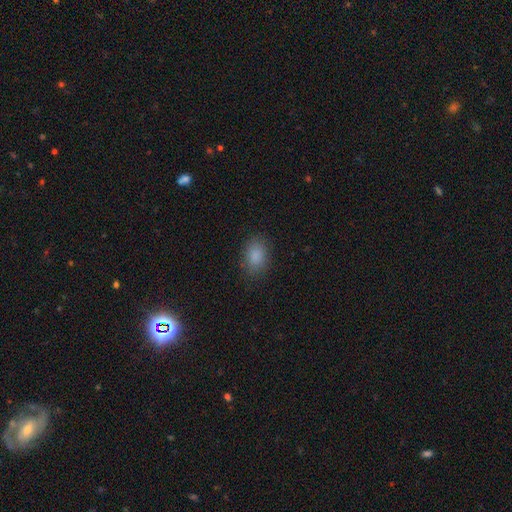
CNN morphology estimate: smooth 87%, star or artifact 9%, featured or disk 4%. Down the decision tree: how rounded — in between (83%); merging — none (83%).